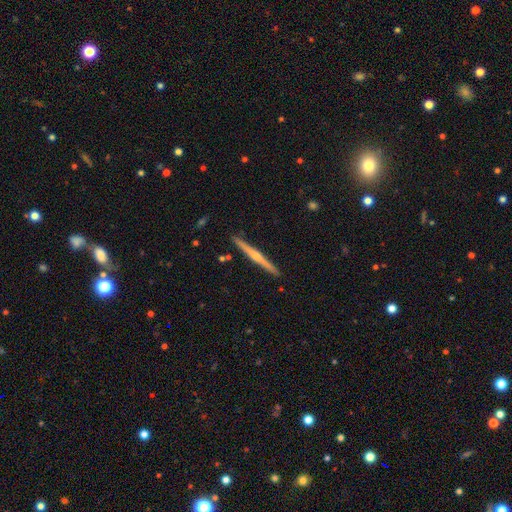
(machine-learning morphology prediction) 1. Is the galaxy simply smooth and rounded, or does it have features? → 68% featured or disk, 27% smooth, 5% star or artifact.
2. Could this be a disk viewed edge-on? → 98% yes, 2% no.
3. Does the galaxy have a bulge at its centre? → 71% rounded, 22% none, 8% boxy.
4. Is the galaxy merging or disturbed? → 92% none, 6% minor disturbance, 1% merger, 1% major disturbance.